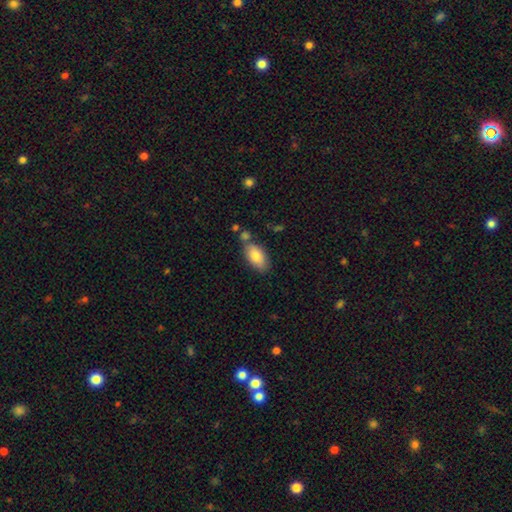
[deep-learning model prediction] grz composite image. It shows a smooth galaxy with no disk features (83%) that is in between round and cigar-shaped (92%). Merging: none (65%).